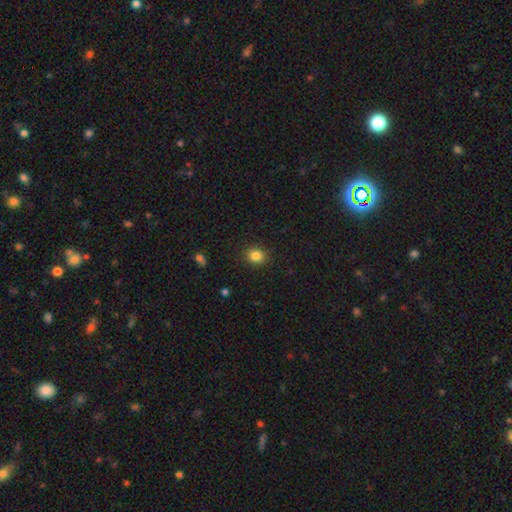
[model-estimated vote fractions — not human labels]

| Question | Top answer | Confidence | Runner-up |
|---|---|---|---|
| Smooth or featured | smooth | 83% | star or artifact (12%) |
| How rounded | round | 75% | in between (24%) |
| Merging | none | 90% | minor disturbance (7%) |